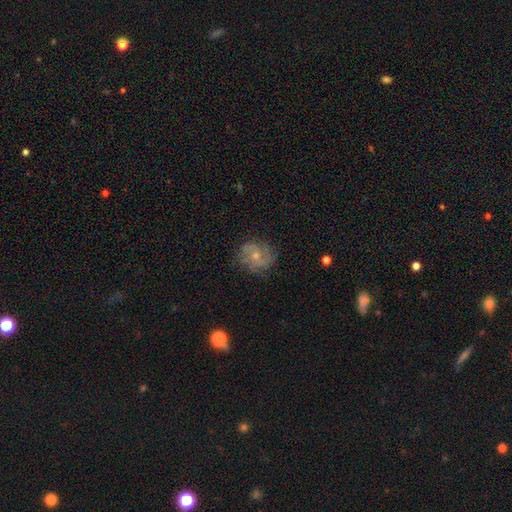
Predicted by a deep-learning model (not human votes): featured or disk 63%, smooth 28%, star or artifact 9%. Down the decision tree: edge-on disk — no (97%); bar — no (72%); spiral arms — yes (83%); spiral arm count — 2 (37%); spiral winding — medium (44%); bulge size — small (49%); merging — none (71%).